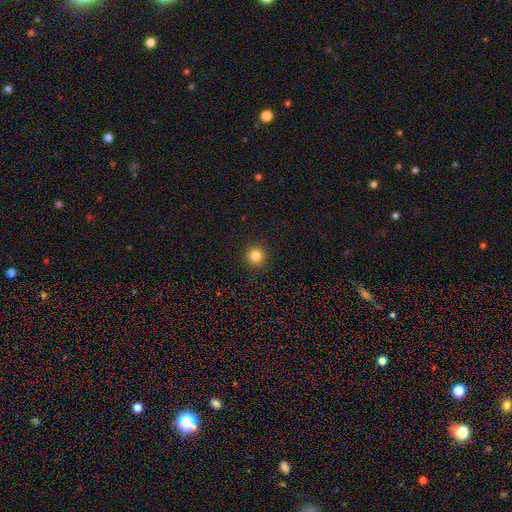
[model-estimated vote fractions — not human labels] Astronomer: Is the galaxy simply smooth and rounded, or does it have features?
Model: smooth — 84%.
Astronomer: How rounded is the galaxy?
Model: round — 95%.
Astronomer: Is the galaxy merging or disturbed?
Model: none — 93%.